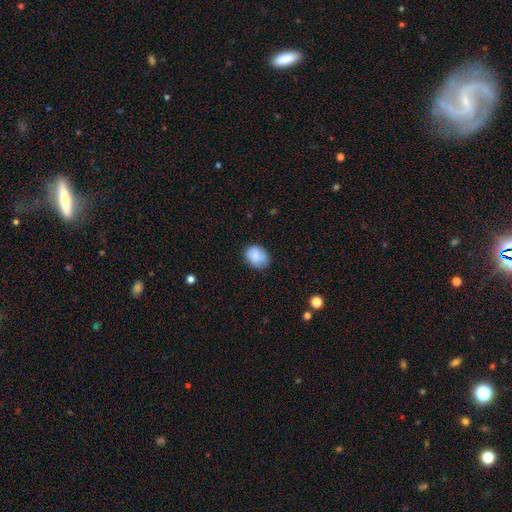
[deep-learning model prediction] A smooth galaxy with no disk features (85%) that is in between round and cigar-shaped (57%).

Vote fractions:
- Smooth or featured? smooth: 85% / star or artifact: 8% / featured or disk: 8%
- How rounded? in between: 57% / round: 42% / cigar-shaped: 1%
- Merging? none: 76% / minor disturbance: 19% / major disturbance: 4% / merger: 1%